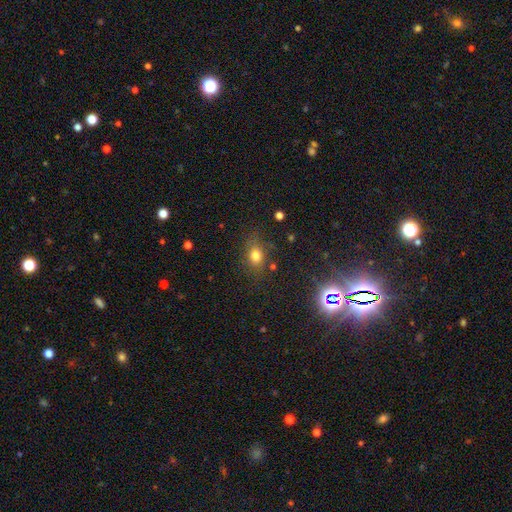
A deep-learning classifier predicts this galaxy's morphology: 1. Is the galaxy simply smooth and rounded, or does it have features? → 74% smooth, 17% star or artifact, 9% featured or disk.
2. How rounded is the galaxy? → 58% in between, 39% round, 3% cigar-shaped.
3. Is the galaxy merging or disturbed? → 76% none, 16% minor disturbance, 5% major disturbance, 3% merger.